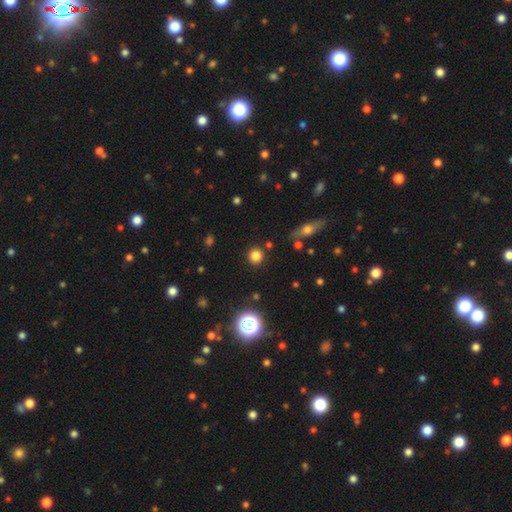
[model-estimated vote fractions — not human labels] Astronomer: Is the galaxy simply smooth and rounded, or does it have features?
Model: smooth — 80%.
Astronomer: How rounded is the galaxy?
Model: round — 91%.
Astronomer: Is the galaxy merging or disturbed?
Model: none — 88%.